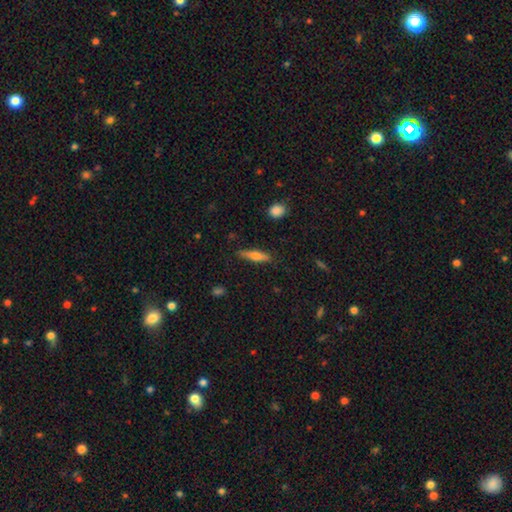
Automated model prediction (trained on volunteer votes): Smooth or featured: smooth — 59% (featured or disk — 35%)
How rounded: cigar-shaped — 77% (in between — 21%)
Merging: none — 85% (minor disturbance — 11%)